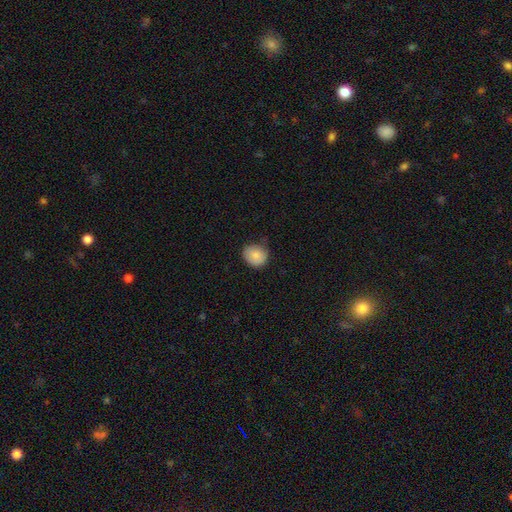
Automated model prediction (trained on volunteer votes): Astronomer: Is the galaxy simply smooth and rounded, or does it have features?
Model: smooth — 83%.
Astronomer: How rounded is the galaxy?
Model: round — 75%.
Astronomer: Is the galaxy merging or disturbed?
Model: none — 66%.